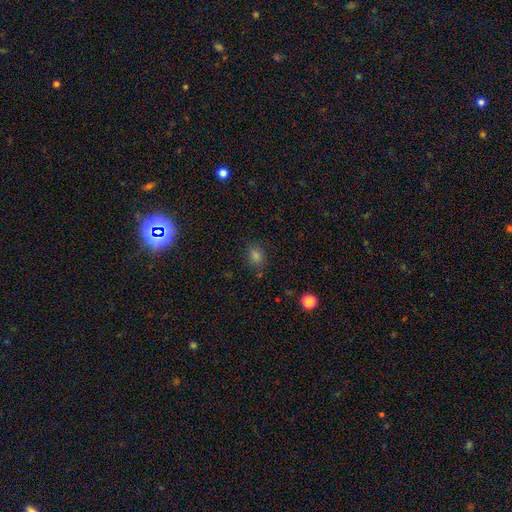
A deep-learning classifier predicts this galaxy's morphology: type=smooth (70%); roundness=round (58%); merging=none (81%).